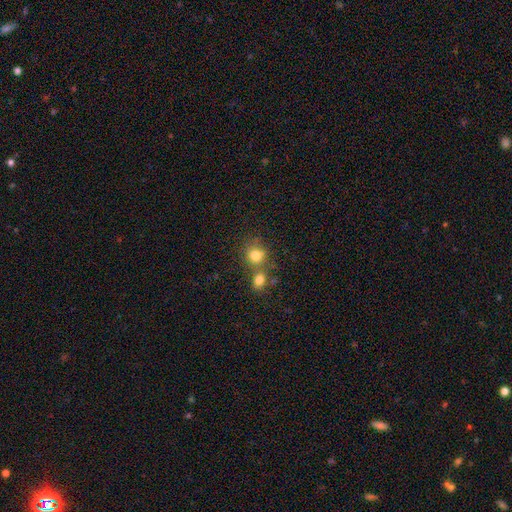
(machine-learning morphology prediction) Smooth or featured?
  - smooth: 79% *
  - star or artifact: 12%
  - featured or disk: 9%
How rounded?
  - round: 82% *
  - in between: 17%
  - cigar-shaped: 1%
Merging?
  - none: 50% *
  - merger: 36%
  - minor disturbance: 10%
  - major disturbance: 4%